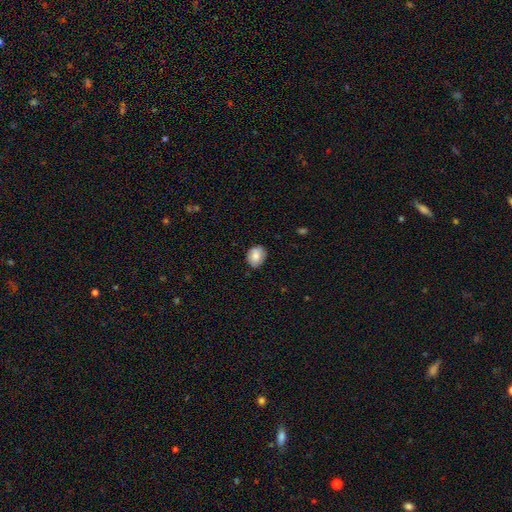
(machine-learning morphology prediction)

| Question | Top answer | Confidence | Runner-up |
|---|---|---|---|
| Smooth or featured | smooth | 83% | featured or disk (10%) |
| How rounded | in between | 53% | round (46%) |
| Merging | none | 81% | minor disturbance (15%) |